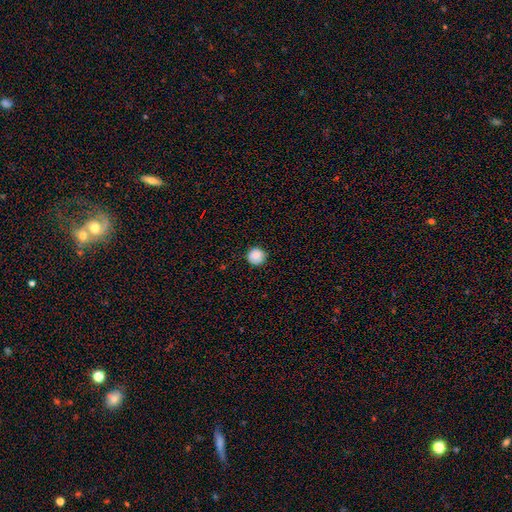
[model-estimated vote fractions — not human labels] Smooth or featured? Predicted: smooth (p=0.85). How rounded? Predicted: round (p=0.94). Merging? Predicted: none (p=0.84).